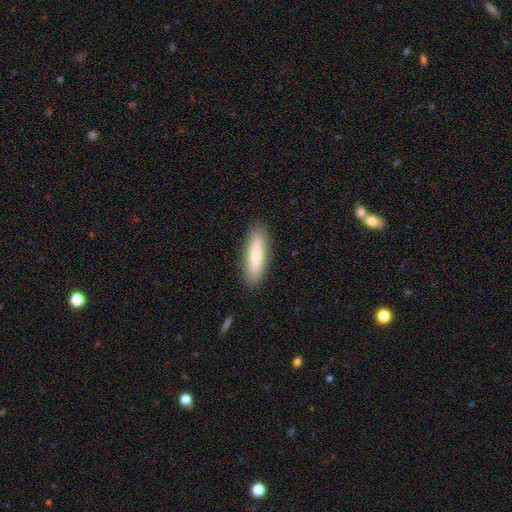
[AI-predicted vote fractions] Morphology: type=smooth (70%); roundness=cigar-shaped (55%); merging=none (88%).